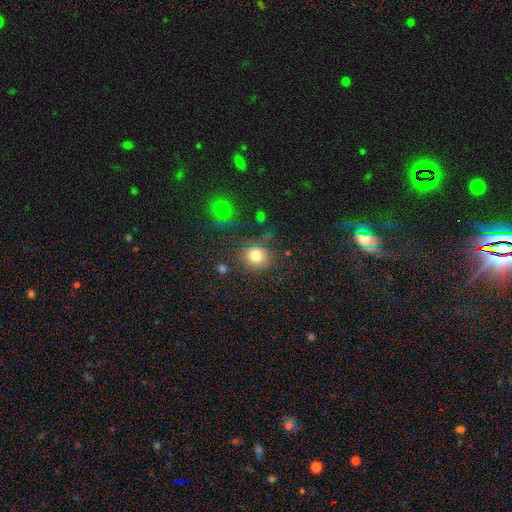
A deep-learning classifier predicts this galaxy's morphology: Q: Smooth or featured?
A: smooth (78%); runner-up: star or artifact (14%)
Q: How rounded?
A: round (86%); runner-up: in between (13%)
Q: Merging?
A: none (81%); runner-up: minor disturbance (11%)